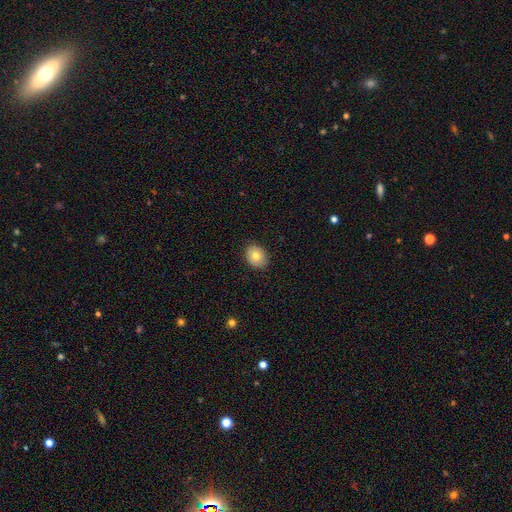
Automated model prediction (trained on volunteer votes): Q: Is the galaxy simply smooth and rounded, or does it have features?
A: smooth — 76%.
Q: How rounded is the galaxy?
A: in between — 52%.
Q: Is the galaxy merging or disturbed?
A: none — 86%.